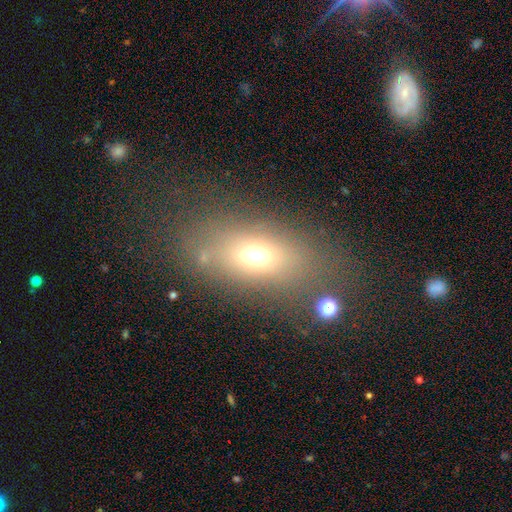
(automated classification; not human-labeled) Overall: smooth (64%). How rounded: in between (78%). Merging: none (70%).